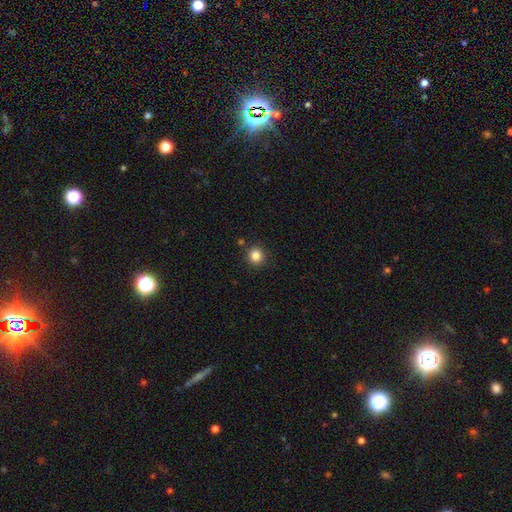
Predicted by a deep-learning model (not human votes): This is clearly a smooth galaxy (85%). How rounded: clearly round (91%). Merging: clearly none (89%).